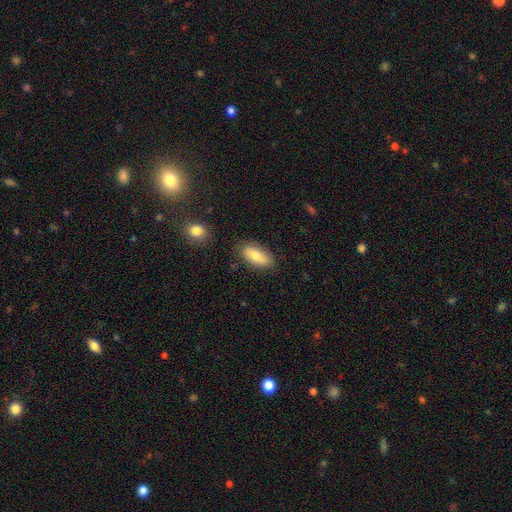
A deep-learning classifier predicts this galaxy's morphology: smooth-or-featured: smooth: 79% | featured or disk: 14% | star or artifact: 6%
  how-rounded: in between: 89% | cigar-shaped: 8% | round: 3%
  merging: none: 81% | minor disturbance: 14% | major disturbance: 3% | merger: 2%